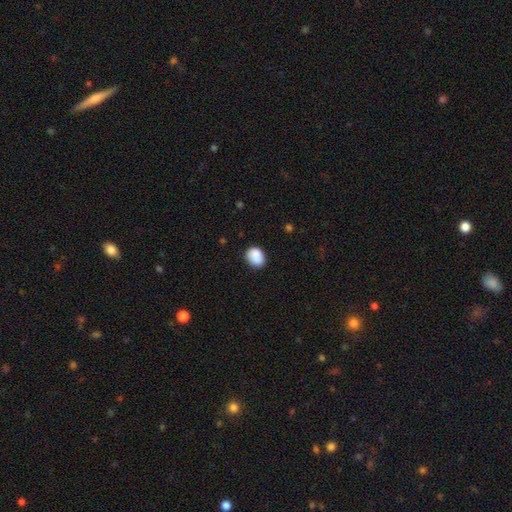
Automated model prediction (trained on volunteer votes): Smooth or featured?
  - smooth: 87% *
  - star or artifact: 8%
  - featured or disk: 6%
How rounded?
  - in between: 50% *
  - round: 49%
  - cigar-shaped: 1%
Merging?
  - none: 76% *
  - minor disturbance: 18%
  - major disturbance: 4%
  - merger: 3%